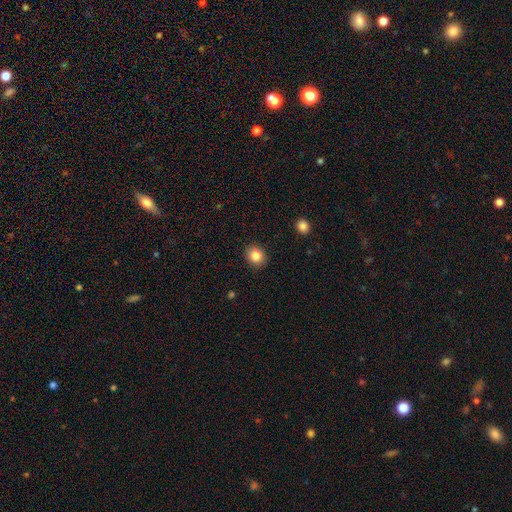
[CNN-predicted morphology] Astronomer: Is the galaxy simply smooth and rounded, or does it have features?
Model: smooth — 84%.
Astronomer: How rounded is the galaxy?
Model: round — 72%.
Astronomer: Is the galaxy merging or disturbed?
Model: none — 89%.